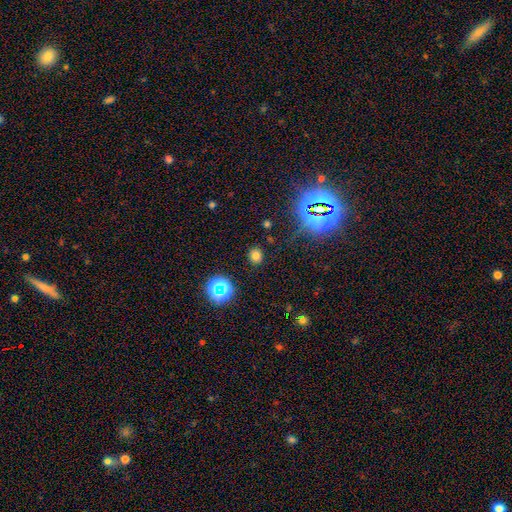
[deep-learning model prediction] smooth-or-featured: smooth: 70% | star or artifact: 23% | featured or disk: 7%
  how-rounded: round: 75% | in between: 24% | cigar-shaped: 1%
  merging: none: 87% | minor disturbance: 8% | major disturbance: 3% | merger: 2%